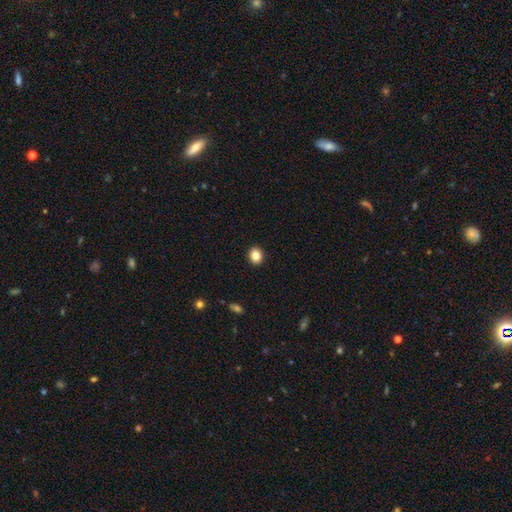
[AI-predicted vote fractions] Overall: smooth (84%). How rounded: round (71%). Merging: none (93%).